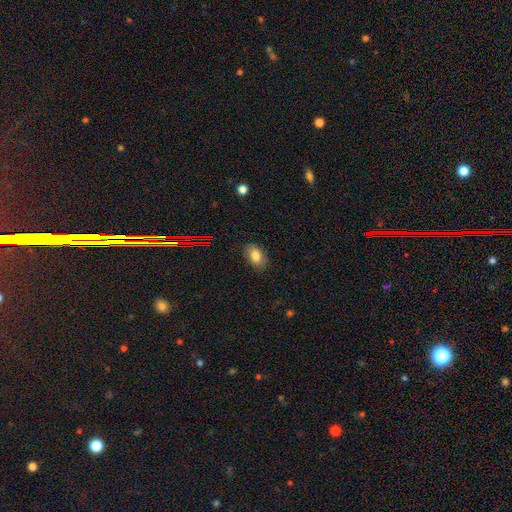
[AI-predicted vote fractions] This is likely a smooth galaxy (79%). How rounded: clearly in between (88%). Merging: clearly none (83%).